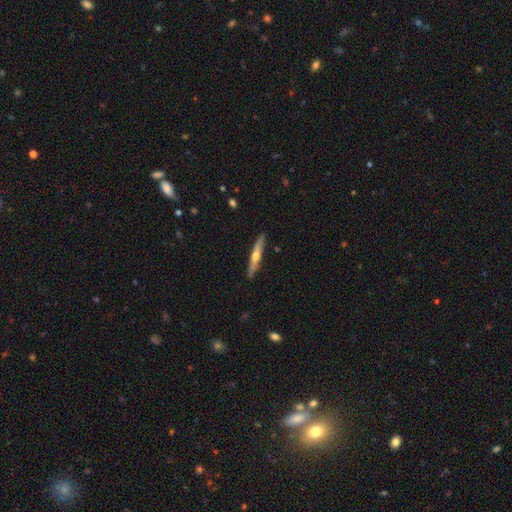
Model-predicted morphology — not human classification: Smooth or featured?
  - featured or disk: 56% *
  - smooth: 38%
  - star or artifact: 6%
Edge-on disk?
  - yes: 95% *
  - no: 5%
Edge-on bulge?
  - rounded: 86% *
  - none: 10%
  - boxy: 3%
Merging?
  - none: 89% *
  - minor disturbance: 8%
  - major disturbance: 2%
  - merger: 1%